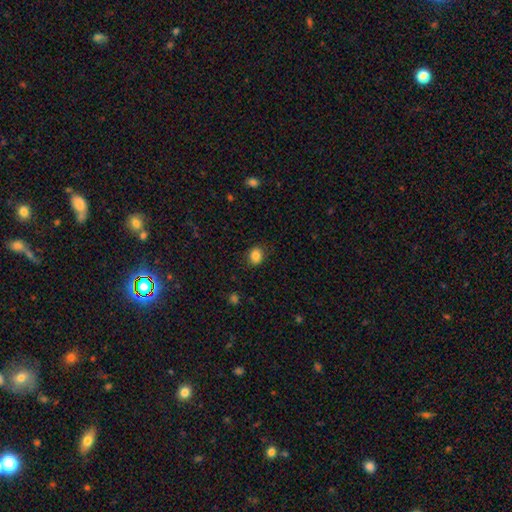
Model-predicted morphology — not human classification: The model was most divided on "how rounded": round: 62%, in between: 37%, cigar-shaped: 1%. More confident: merging — none (85%); smooth or featured — smooth (84%).